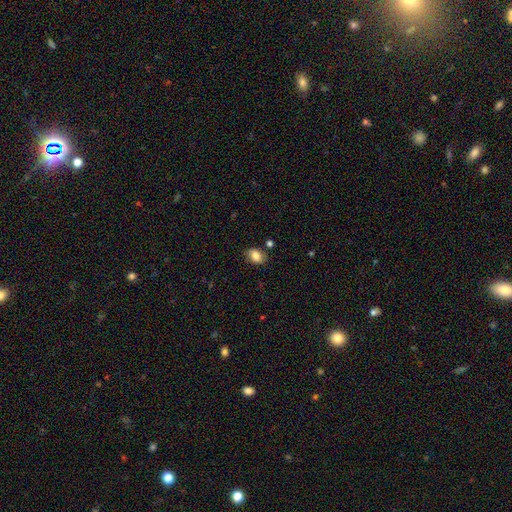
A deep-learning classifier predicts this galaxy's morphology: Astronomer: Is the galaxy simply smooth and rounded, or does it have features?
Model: smooth — 80%.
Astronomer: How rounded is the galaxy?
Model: in between — 72%.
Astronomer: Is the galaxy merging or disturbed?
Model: none — 78%.